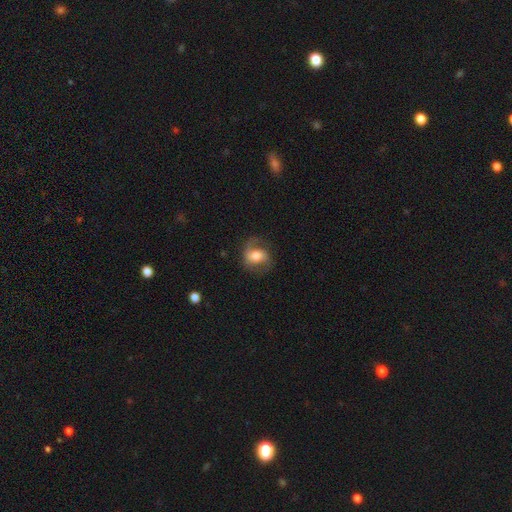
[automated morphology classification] Q: Smooth or featured?
A: featured or disk (60%); runner-up: smooth (32%)
Q: Edge-on disk?
A: no (96%); runner-up: yes (4%)
Q: Bar?
A: no (40%); tied with: weak (40%)
Q: Spiral arms?
A: yes (87%); runner-up: no (13%)
Q: Spiral winding?
A: medium (46%); runner-up: loose (36%)
Q: Spiral arm count?
A: 2 (72%); runner-up: 1 (18%)
Q: Bulge size?
A: moderate (60%); runner-up: large (19%)
Q: Merging?
A: none (63%); runner-up: minor disturbance (20%)